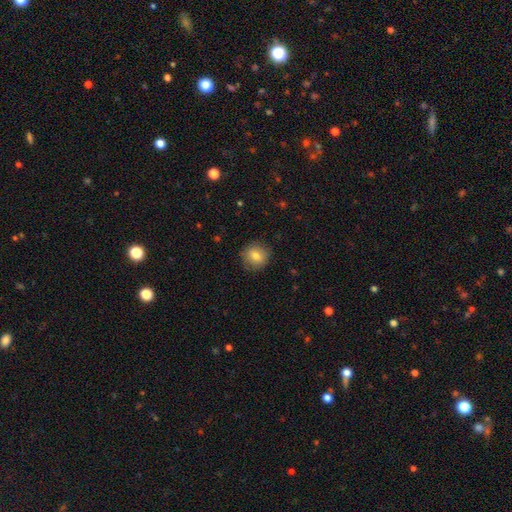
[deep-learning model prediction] smooth-or-featured: smooth: 78% | featured or disk: 13% | star or artifact: 9%
  how-rounded: round: 87% | in between: 12% | cigar-shaped: 1%
  merging: none: 86% | minor disturbance: 10% | major disturbance: 3% | merger: 1%